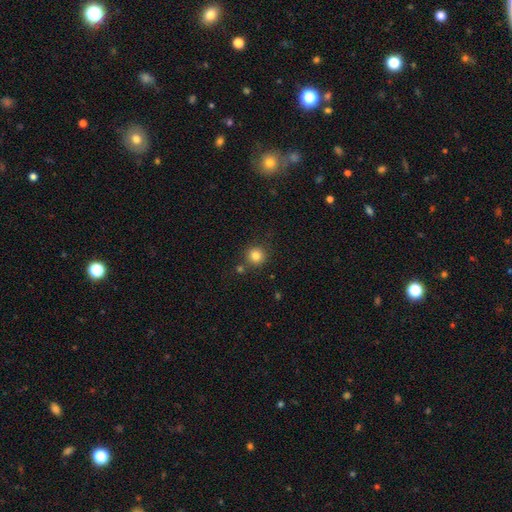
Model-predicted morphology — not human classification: smooth 82%, star or artifact 12%, featured or disk 6%. Down the decision tree: how rounded — round (94%); merging — none (81%).